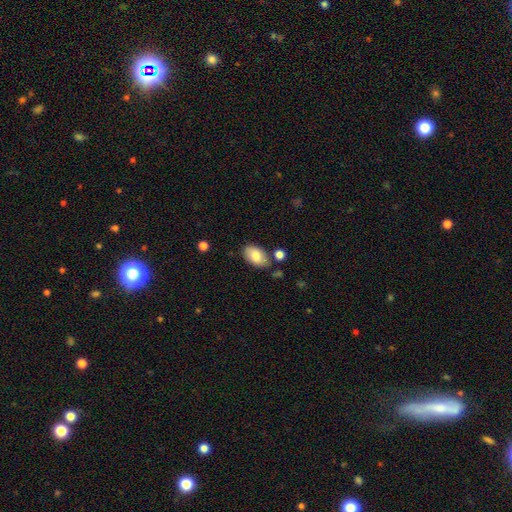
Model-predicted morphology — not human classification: smooth_or_featured: smooth (p=0.80) [alt: featured or disk p=0.13]
how_rounded: in between (p=0.92) [alt: round p=0.06]
merging: none (p=0.75) [alt: minor disturbance p=0.16]